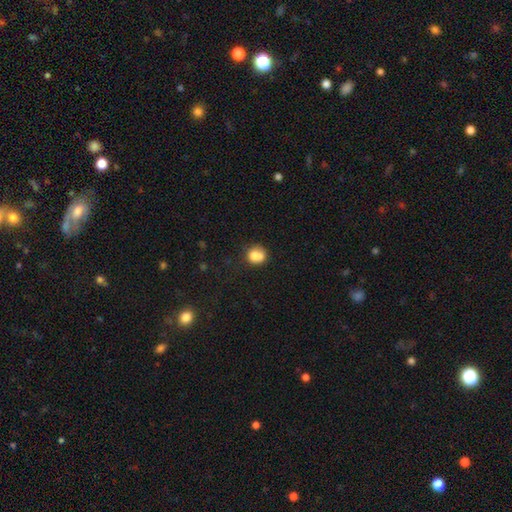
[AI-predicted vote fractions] smooth 75%, featured or disk 15%, star or artifact 10%. Down the decision tree: how rounded — round (77%); merging — none (43%).